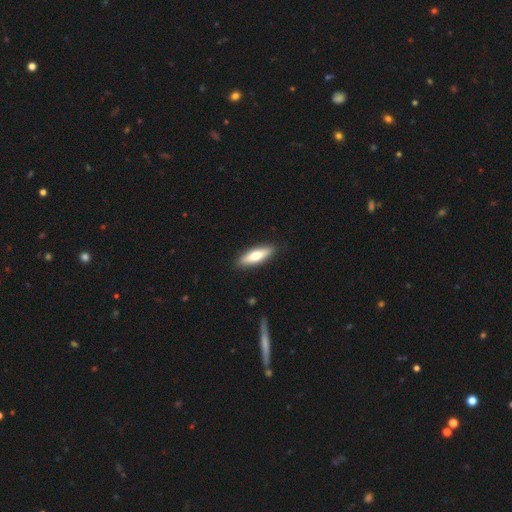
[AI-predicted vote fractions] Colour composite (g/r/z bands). It shows a smooth galaxy with no disk features (64%) that is cigar-shaped (54%). Merging: none (89%).